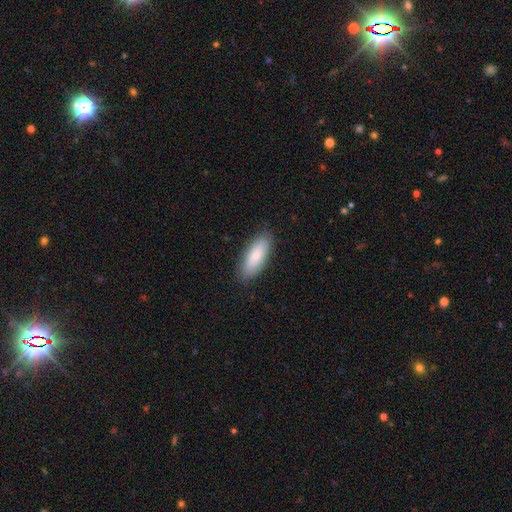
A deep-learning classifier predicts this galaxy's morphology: Smooth or featured? smooth (78%)
How rounded? in between (73%)
Merging? none (85%)